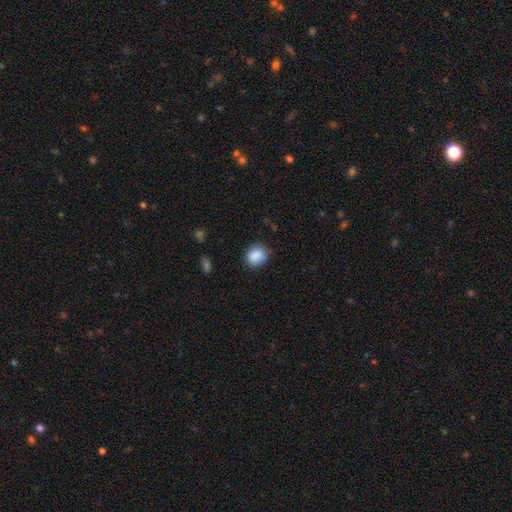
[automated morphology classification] A smooth galaxy with no disk features (88%) that is round (63%). Merging: none (80%).